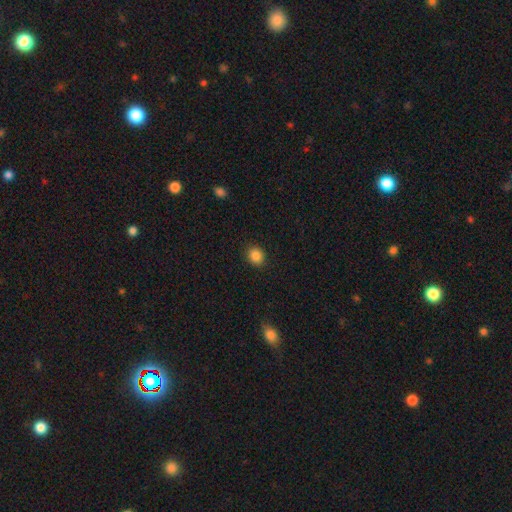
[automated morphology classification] Smooth or featured?
  - smooth: 86% *
  - star or artifact: 10%
  - featured or disk: 4%
How rounded?
  - round: 64% *
  - in between: 35%
  - cigar-shaped: 1%
Merging?
  - none: 90% *
  - minor disturbance: 7%
  - major disturbance: 2%
  - merger: 1%